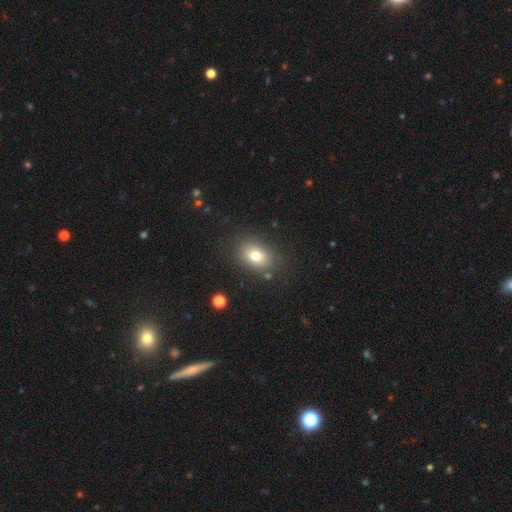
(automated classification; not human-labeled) Overall: smooth (76%). How rounded: in between (64%; round 35%). Merging: none (83%).